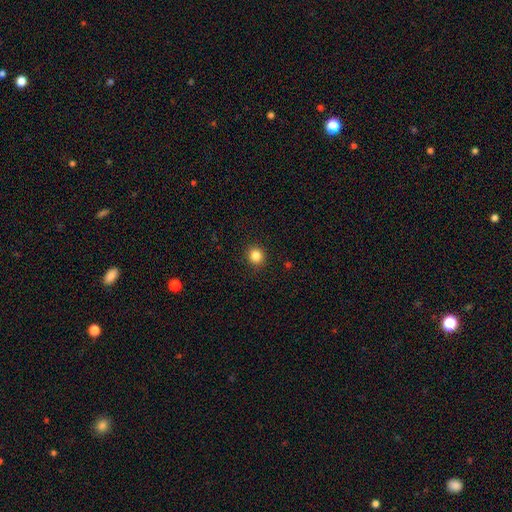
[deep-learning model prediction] Overall: smooth (85%). How rounded: round (90%). Merging: none (92%).